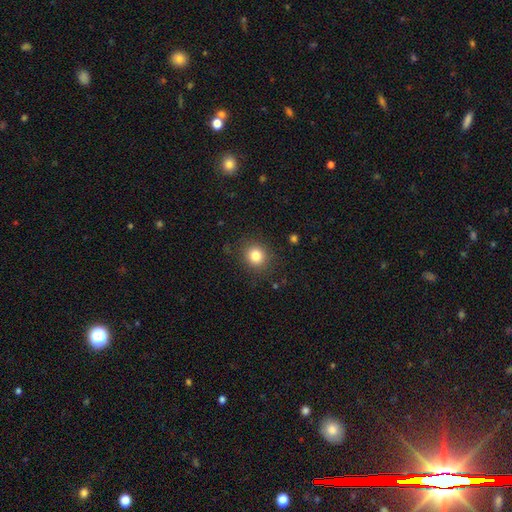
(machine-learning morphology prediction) smooth 82%, star or artifact 12%, featured or disk 7%. Down the decision tree: how rounded — round (82%); merging — none (87%).